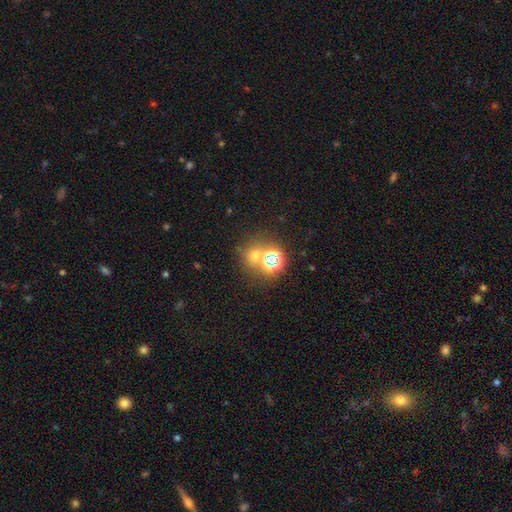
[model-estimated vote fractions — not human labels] Smooth or featured?
  - smooth: 46% *
  - star or artifact: 45%
  - featured or disk: 9%
Merging?
  - none: 66% *
  - merger: 21%
  - minor disturbance: 8%
  - major disturbance: 5%